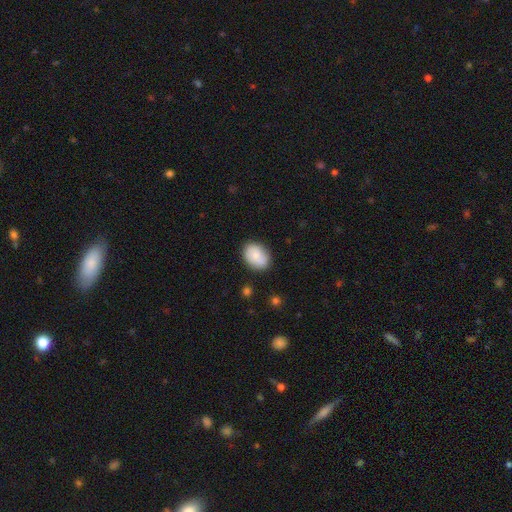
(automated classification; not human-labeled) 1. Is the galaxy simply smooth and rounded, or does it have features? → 78% smooth, 15% featured or disk, 7% star or artifact.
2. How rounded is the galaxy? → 74% in between, 25% round, 1% cigar-shaped.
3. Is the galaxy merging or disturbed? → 79% none, 16% minor disturbance, 3% major disturbance, 3% merger.